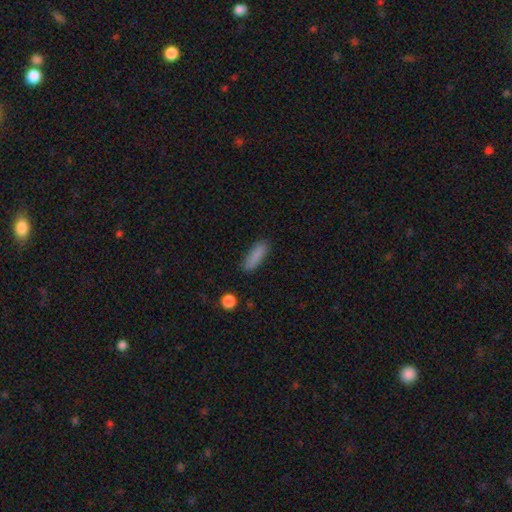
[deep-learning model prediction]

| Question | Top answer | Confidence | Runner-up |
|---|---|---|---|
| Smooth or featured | smooth | 86% | star or artifact (8%) |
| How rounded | cigar-shaped | 57% | in between (41%) |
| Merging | none | 84% | minor disturbance (12%) |